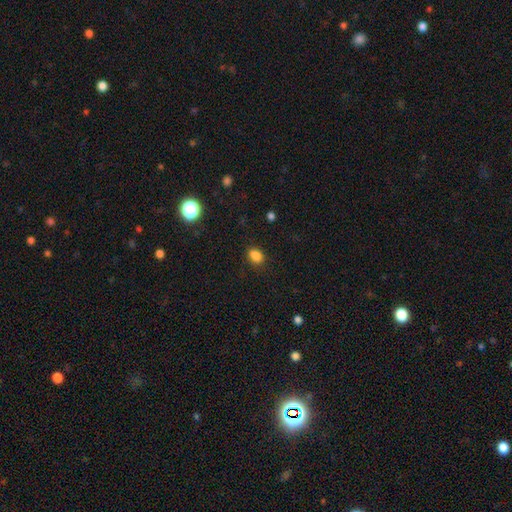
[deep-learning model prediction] Overall: smooth (84%). How rounded: in between (70%). Merging: none (83%).